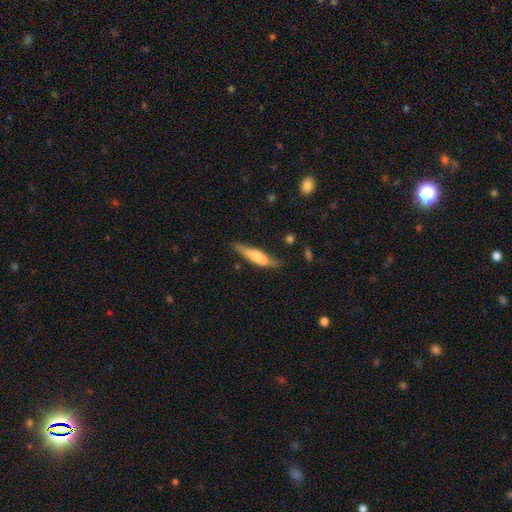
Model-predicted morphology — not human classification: Smooth or featured: smooth — 55% (featured or disk — 38%)
How rounded: cigar-shaped — 77% (in between — 21%)
Merging: none — 54% (minor disturbance — 23%)